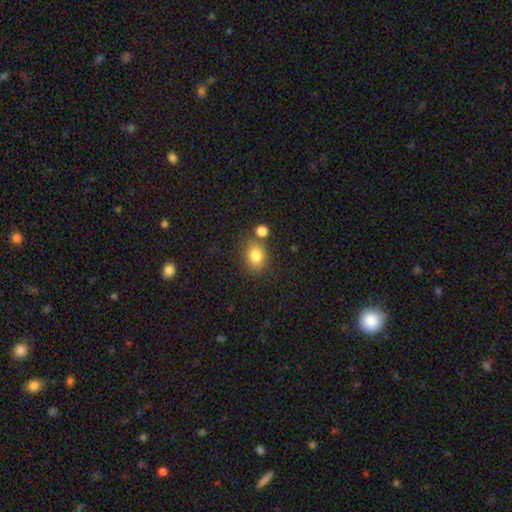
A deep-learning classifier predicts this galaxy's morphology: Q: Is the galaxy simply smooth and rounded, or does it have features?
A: smooth — 82%.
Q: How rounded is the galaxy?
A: round — 52%.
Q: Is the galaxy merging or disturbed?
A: none — 71%.